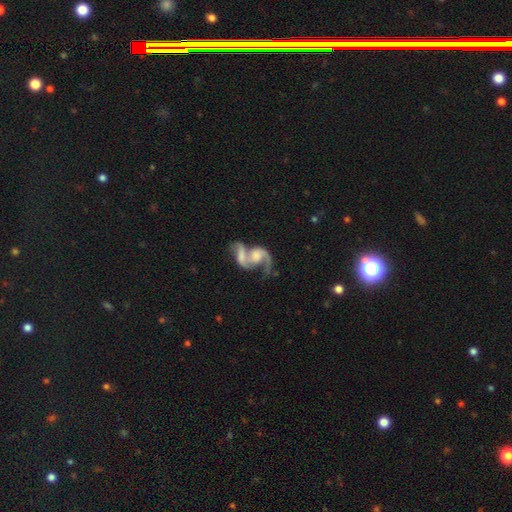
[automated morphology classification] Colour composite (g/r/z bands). It shows a featured or disk galaxy (75%) with no bar (54%), 2 (66%) loose (57%) spiral arms (83%) and a moderate central bulge (35%). Merging: merger (63%).